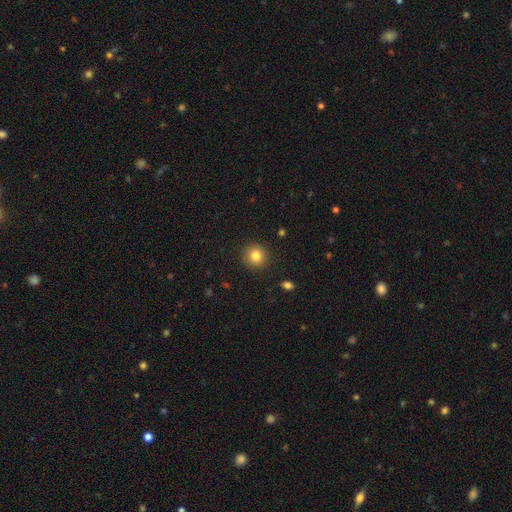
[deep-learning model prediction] The model was most divided on "smooth or featured": smooth: 83%, star or artifact: 11%, featured or disk: 6%. More confident: how rounded — round (92%); merging — none (91%).